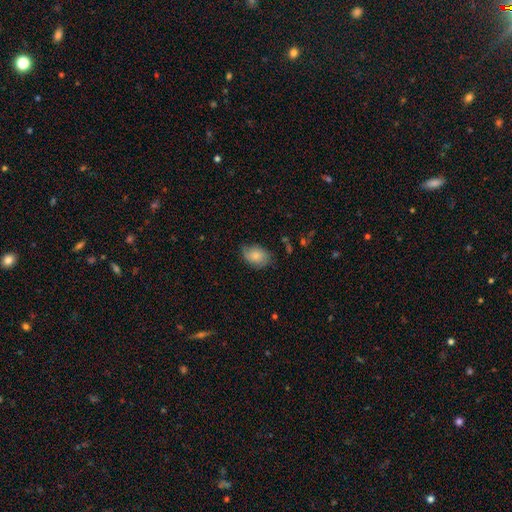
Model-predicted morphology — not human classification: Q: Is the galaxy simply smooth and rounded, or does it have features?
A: smooth — 64%.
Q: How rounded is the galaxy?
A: in between — 74%.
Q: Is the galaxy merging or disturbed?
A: none — 66%.